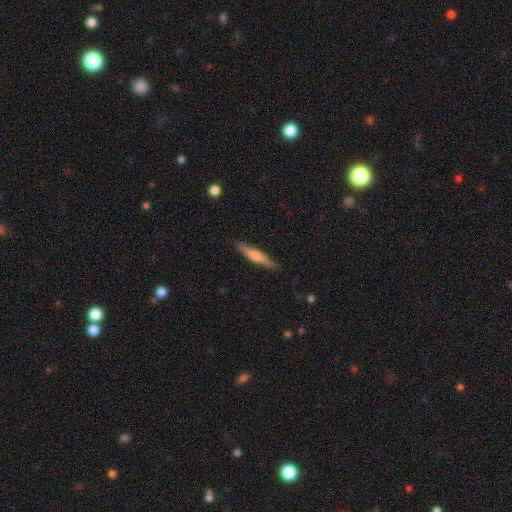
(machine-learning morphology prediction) This appears to be a smooth galaxy with no disk features (56%) that is cigar-shaped (89%). Merging: none (88%).